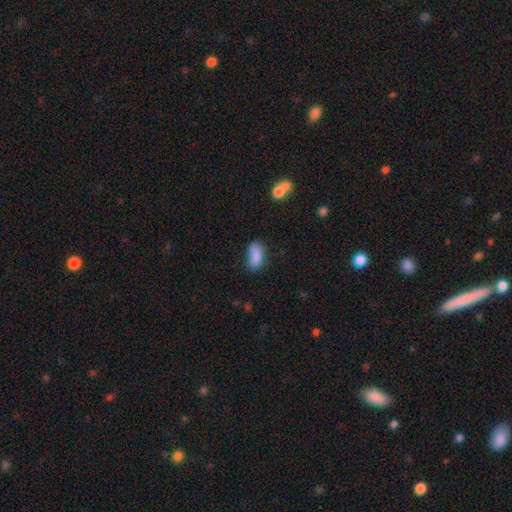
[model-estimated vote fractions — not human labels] A smooth galaxy with no disk features (84%) that is in between round and cigar-shaped (88%). Merging: none (54%).